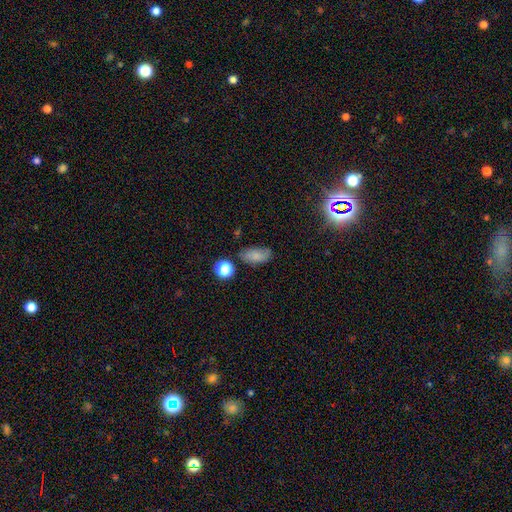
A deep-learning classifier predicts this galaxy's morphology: Smooth or featured? smooth (77%)
How rounded? in between (89%)
Merging? none (70%)